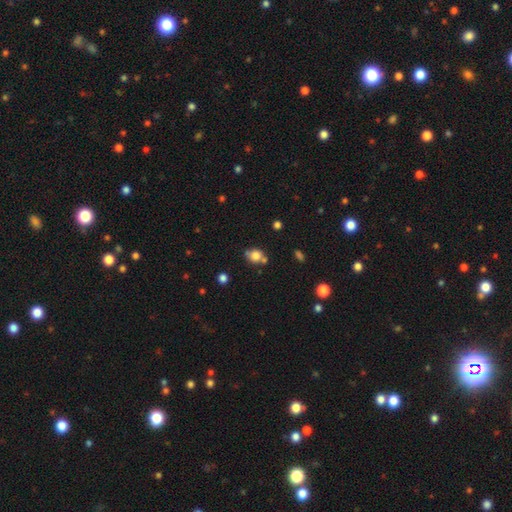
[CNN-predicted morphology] Smooth or featured: smooth — 78% (star or artifact — 12%)
How rounded: round — 69% (in between — 29%)
Merging: none — 61% (merger — 19%)